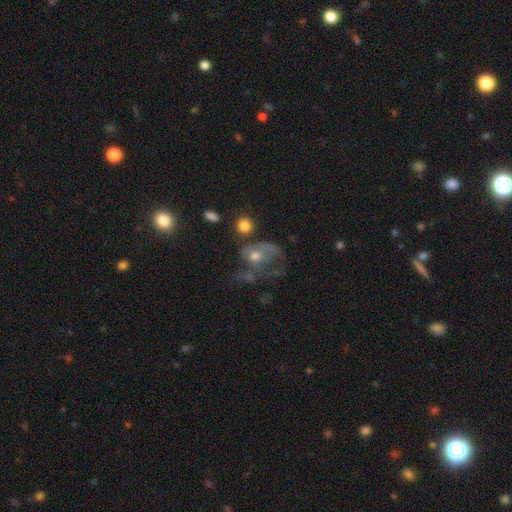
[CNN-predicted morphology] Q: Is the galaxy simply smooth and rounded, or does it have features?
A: featured or disk — 45%.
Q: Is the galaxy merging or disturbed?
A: major disturbance — 42%.